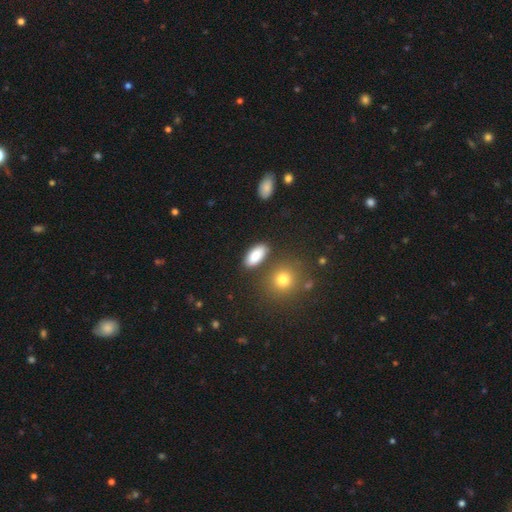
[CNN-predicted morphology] Smooth or featured?
  - smooth: 87% *
  - star or artifact: 7%
  - featured or disk: 6%
How rounded?
  - in between: 86% *
  - cigar-shaped: 10%
  - round: 4%
Merging?
  - none: 82% *
  - minor disturbance: 10%
  - merger: 5%
  - major disturbance: 3%